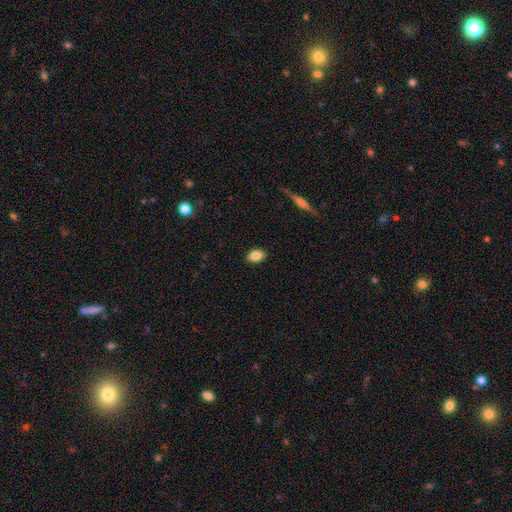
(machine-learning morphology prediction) smooth 84%, star or artifact 8%, featured or disk 8%. Down the decision tree: how rounded — in between (87%); merging — none (89%).